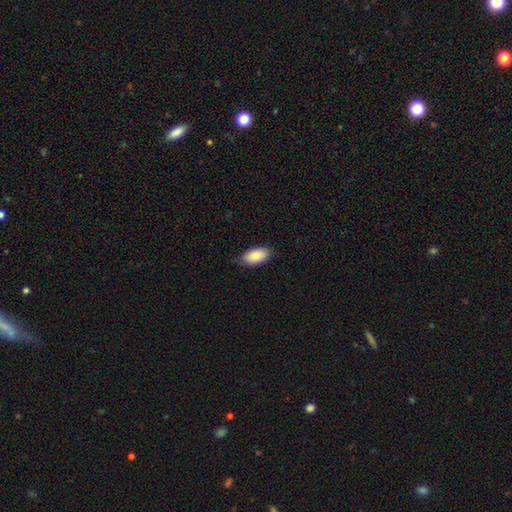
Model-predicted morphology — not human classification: smooth 83%, featured or disk 10%, star or artifact 7%. Down the decision tree: how rounded — in between (94%); merging — none (80%).